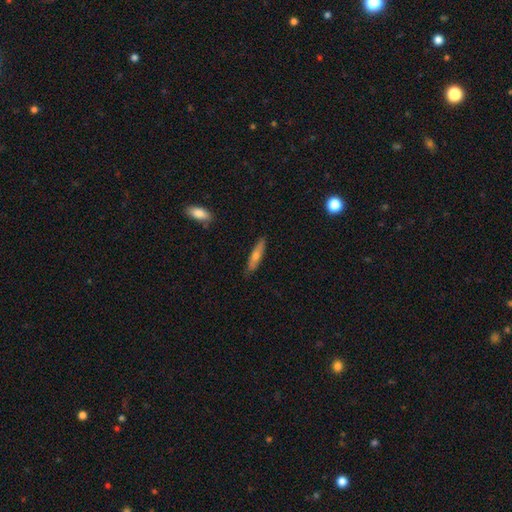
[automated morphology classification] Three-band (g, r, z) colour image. It shows a smooth galaxy with no disk features (49%). Merging: none (88%).